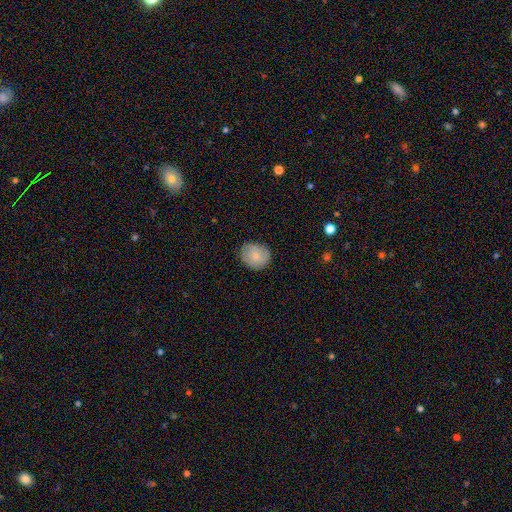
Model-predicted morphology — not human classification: smooth-or-featured: smooth: 73% | featured or disk: 20% | star or artifact: 7%
  how-rounded: round: 74% | in between: 25% | cigar-shaped: 1%
  merging: none: 82% | minor disturbance: 14% | major disturbance: 3% | merger: 1%